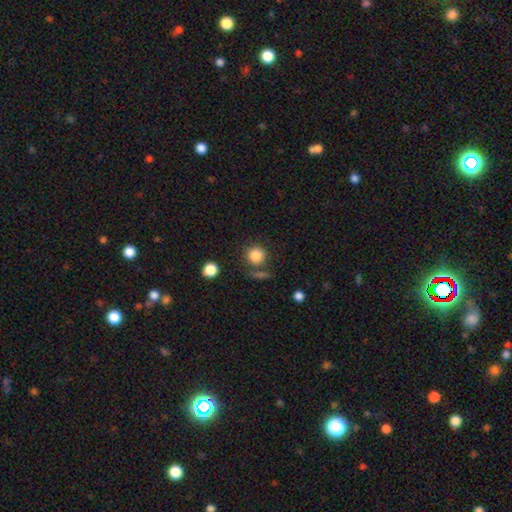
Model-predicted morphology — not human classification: smooth_or_featured: smooth (p=0.85) [alt: star or artifact p=0.10]
how_rounded: round (p=0.92) [alt: in between p=0.07]
merging: none (p=0.74) [alt: minor disturbance p=0.11]